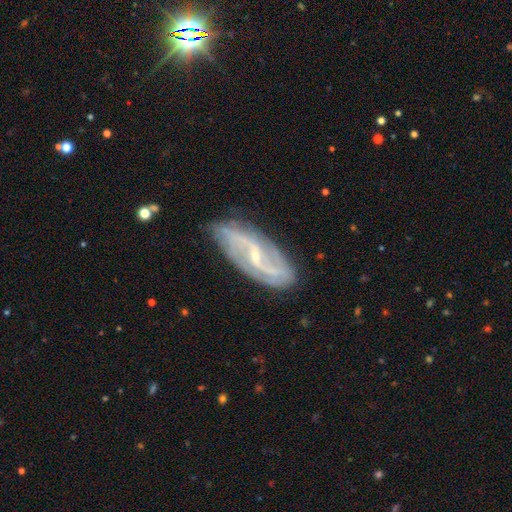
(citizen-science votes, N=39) Overall: featured or disk (92%). Edge-on disk: no (94%). Bar: strong (47%; weak 38%). Spiral arms: yes (91%). Spiral arm count: 2 (90%). Spiral winding: loose (77%). Bulge size: small (82%). Merging: none (65%; minor disturbance 32%).